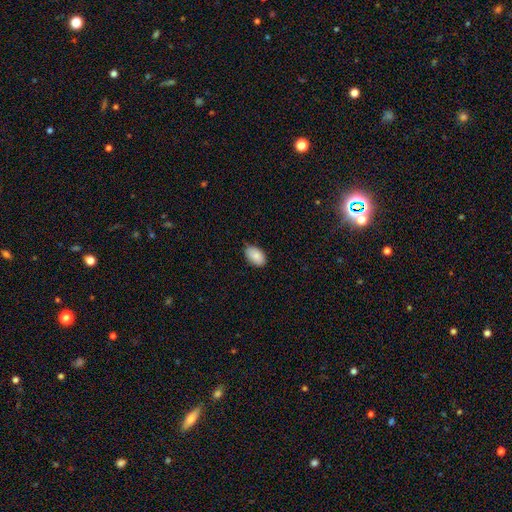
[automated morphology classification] A smooth galaxy with no disk features (87%) that is in between round and cigar-shaped (93%). Merging: none (78%).